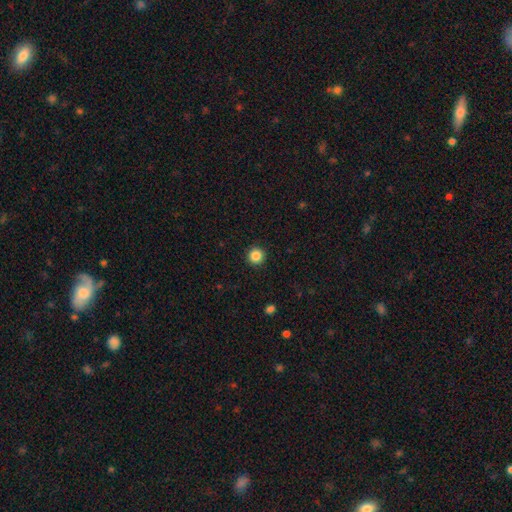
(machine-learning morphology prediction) smooth_or_featured: smooth (p=0.85) [alt: star or artifact p=0.11]
how_rounded: round (p=0.95) [alt: in between p=0.04]
merging: none (p=0.93) [alt: minor disturbance p=0.05]